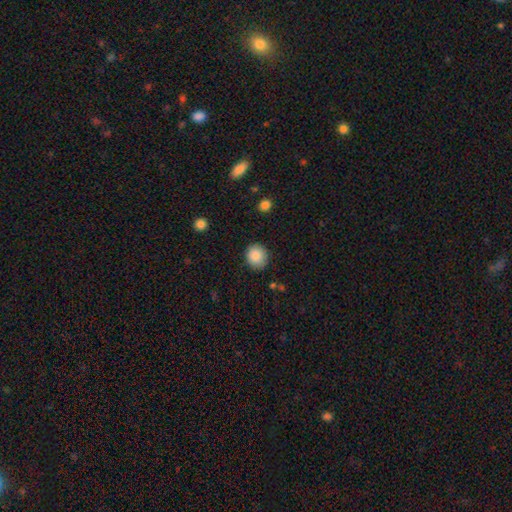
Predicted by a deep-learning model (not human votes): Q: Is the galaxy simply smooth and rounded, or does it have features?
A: smooth — 88%.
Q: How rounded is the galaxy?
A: round — 78%.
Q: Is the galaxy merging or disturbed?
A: none — 86%.